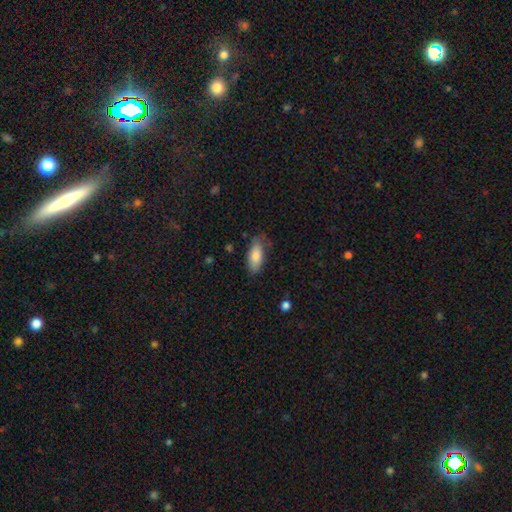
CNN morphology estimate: Smooth or featured: smooth — 81% (featured or disk — 13%)
How rounded: in between — 86% (cigar-shaped — 12%)
Merging: none — 64% (minor disturbance — 27%)